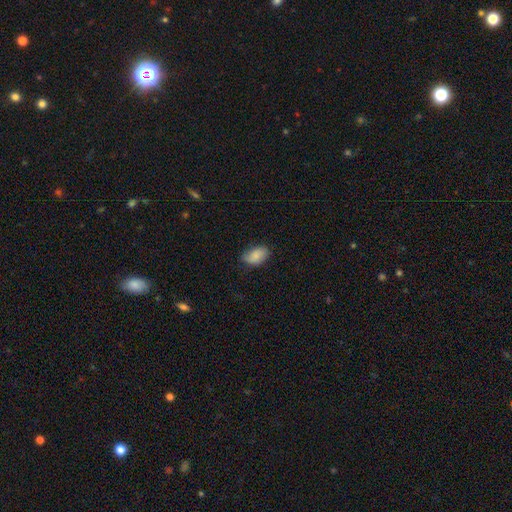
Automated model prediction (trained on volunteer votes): Smooth or featured? smooth (79%)
How rounded? in between (91%)
Merging? none (68%)